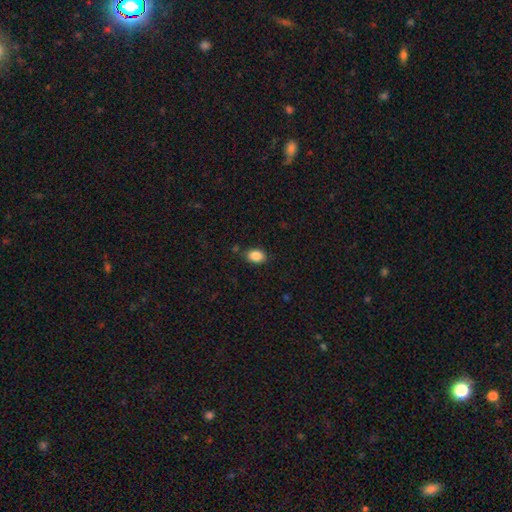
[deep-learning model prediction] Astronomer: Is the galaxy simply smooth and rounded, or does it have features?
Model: smooth — 86%.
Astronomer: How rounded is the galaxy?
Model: in between — 75%.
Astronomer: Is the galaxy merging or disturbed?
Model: none — 84%.